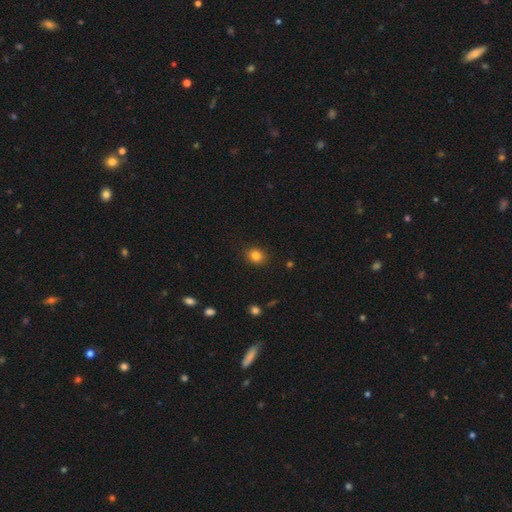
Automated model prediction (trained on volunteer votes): Smooth or featured? Predicted: smooth (p=0.83). How rounded? Predicted: round (p=0.68). Merging? Predicted: none (p=0.89).